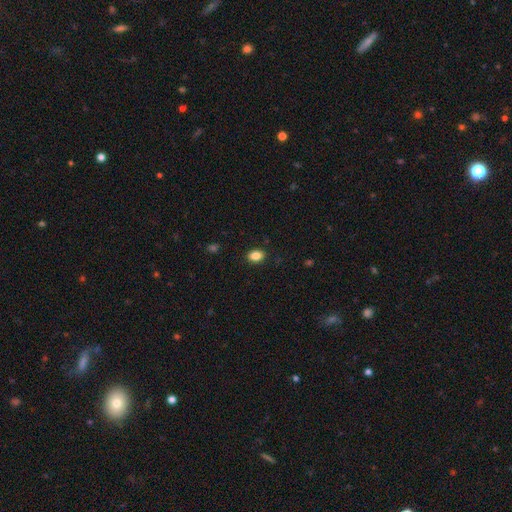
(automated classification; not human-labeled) The model was most divided on "how rounded": in between: 81%, round: 18%, cigar-shaped: 1%. More confident: merging — none (88%); smooth or featured — smooth (86%).